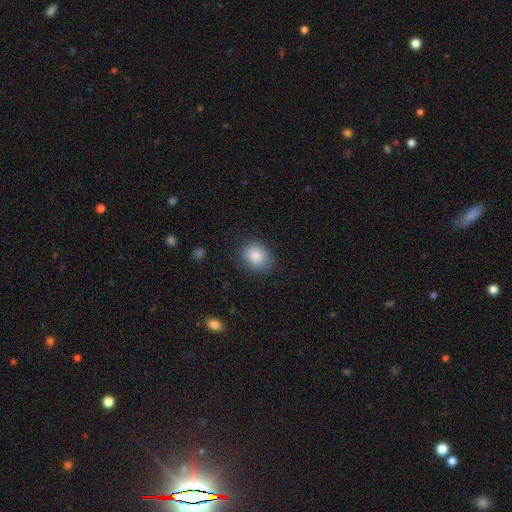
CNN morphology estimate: The model was most divided on "how rounded": in between: 52%, round: 47%, cigar-shaped: 1%. More confident: smooth or featured — smooth (88%); merging — none (81%).